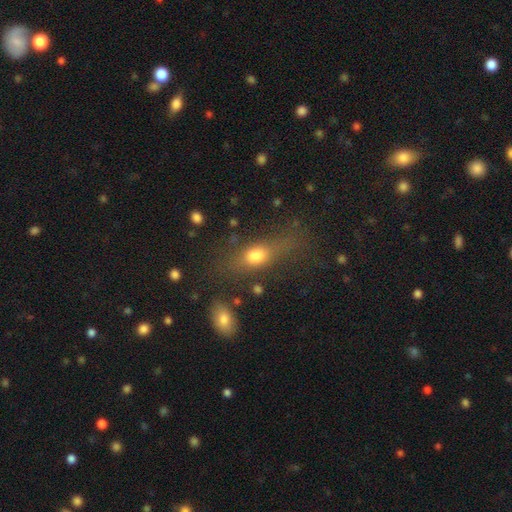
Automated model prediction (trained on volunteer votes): The model was most divided on "merging": none: 53%, minor disturbance: 21%, major disturbance: 20%, merger: 6%. More confident: smooth or featured — smooth (69%); how rounded — in between (61%).